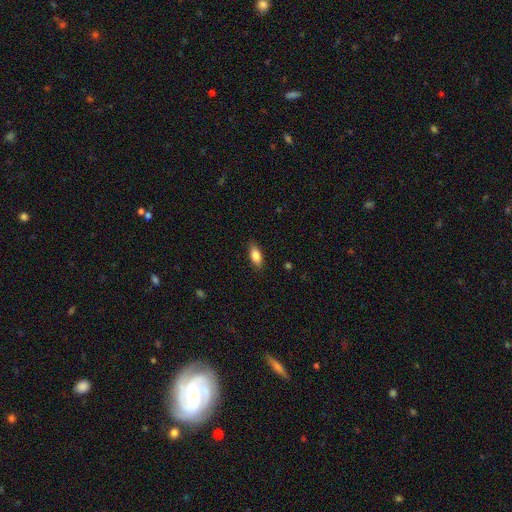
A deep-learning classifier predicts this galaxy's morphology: Smooth or featured: smooth — 83% (featured or disk — 10%)
How rounded: in between — 83% (cigar-shaped — 14%)
Merging: none — 85% (minor disturbance — 11%)